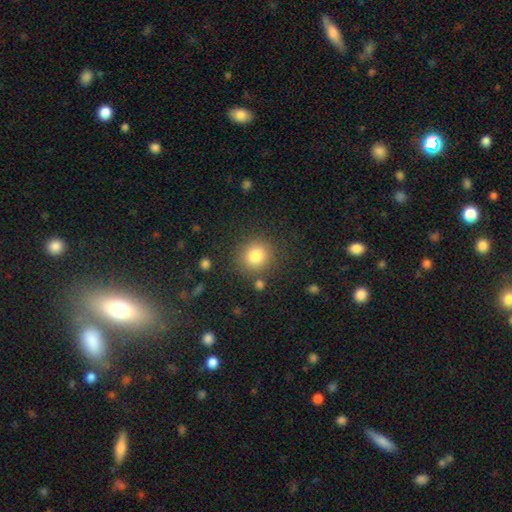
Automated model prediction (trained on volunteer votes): Smooth or featured?
  - smooth: 82% *
  - star or artifact: 11%
  - featured or disk: 7%
How rounded?
  - round: 89% *
  - in between: 10%
  - cigar-shaped: 1%
Merging?
  - none: 84% *
  - minor disturbance: 9%
  - merger: 4%
  - major disturbance: 4%